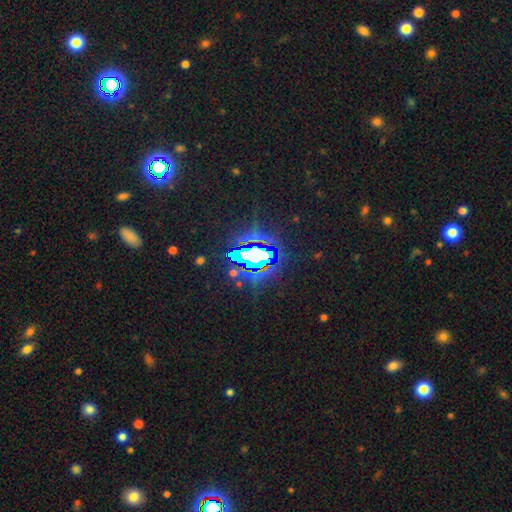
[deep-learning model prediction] This appears to be a star or artifact, not a galaxy (74%).